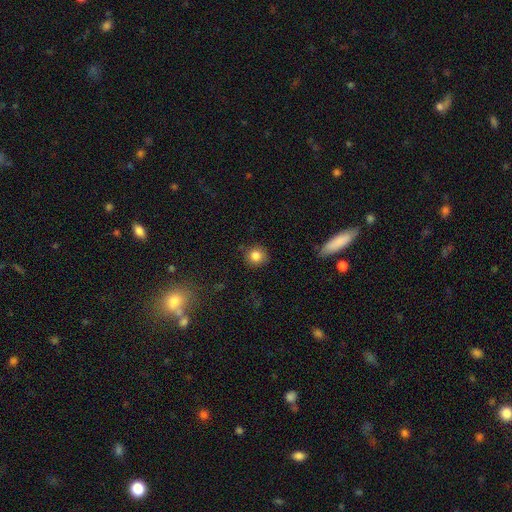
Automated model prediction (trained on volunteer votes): Morphology: type=smooth (83%); roundness=round (89%); merging=none (84%).